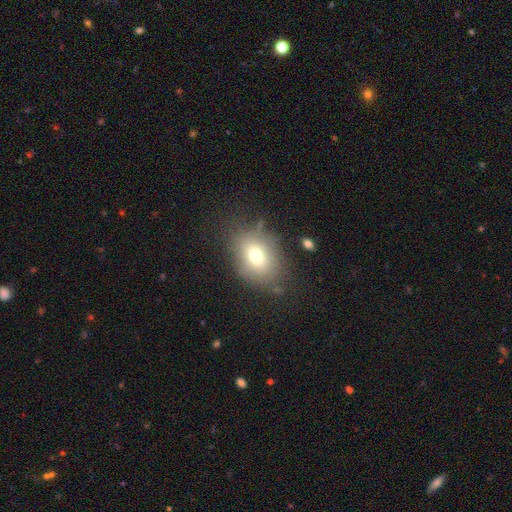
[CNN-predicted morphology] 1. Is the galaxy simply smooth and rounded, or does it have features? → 71% smooth, 15% featured or disk, 14% star or artifact.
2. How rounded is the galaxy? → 56% in between, 43% round, 1% cigar-shaped.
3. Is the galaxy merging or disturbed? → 74% none, 16% minor disturbance, 8% major disturbance, 3% merger.